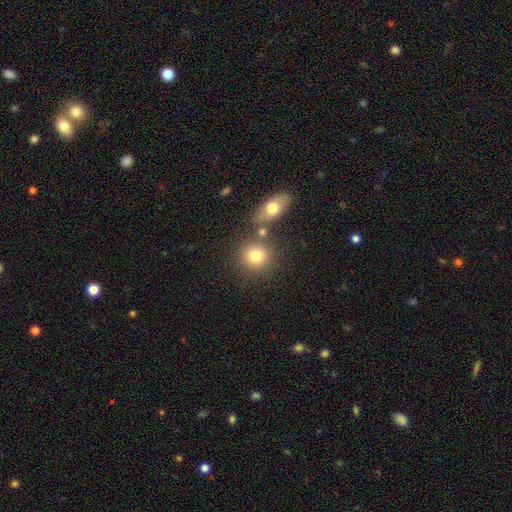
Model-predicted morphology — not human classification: Smooth or featured? Predicted: smooth (p=0.79). How rounded? Predicted: round (p=0.85). Merging? Predicted: none (p=0.69).